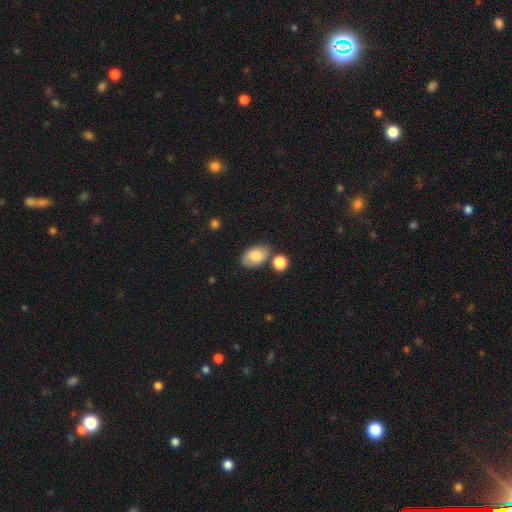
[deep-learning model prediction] Q: Smooth or featured?
A: smooth (80%); runner-up: featured or disk (12%)
Q: How rounded?
A: in between (90%); runner-up: round (9%)
Q: Merging?
A: none (68%); runner-up: minor disturbance (17%)